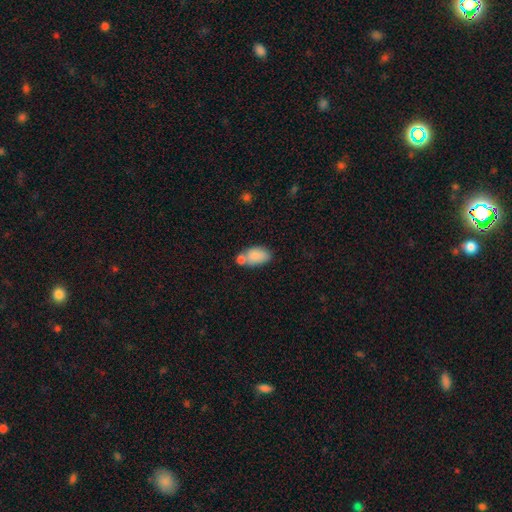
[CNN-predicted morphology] Smooth or featured: smooth — 83% (featured or disk — 10%)
How rounded: in between — 92% (round — 6%)
Merging: none — 43% (merger — 36%)